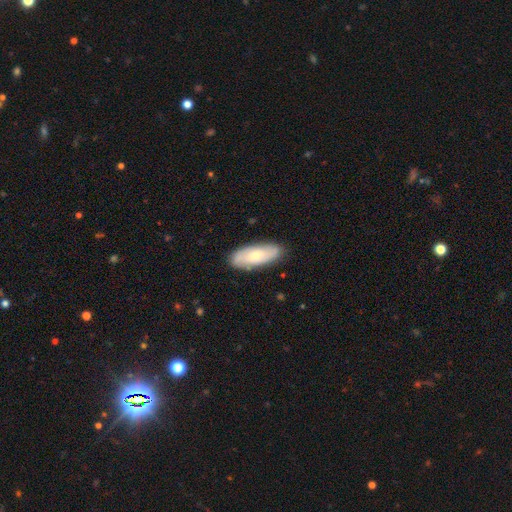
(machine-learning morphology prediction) smooth_or_featured: smooth (p=0.53) [alt: featured or disk p=0.41]
how_rounded: in between (p=0.74) [alt: cigar-shaped p=0.24]
merging: none (p=0.83) [alt: minor disturbance p=0.13]